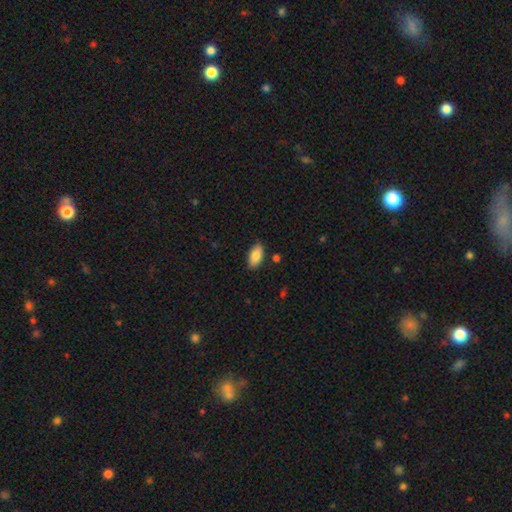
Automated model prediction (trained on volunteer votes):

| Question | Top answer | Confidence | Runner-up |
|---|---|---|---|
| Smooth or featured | smooth | 84% | featured or disk (9%) |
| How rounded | in between | 92% | cigar-shaped (6%) |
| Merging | none | 86% | minor disturbance (10%) |